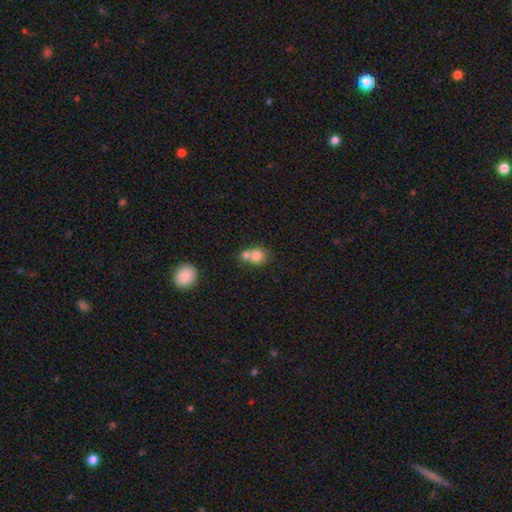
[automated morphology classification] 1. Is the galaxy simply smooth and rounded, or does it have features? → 78% smooth, 12% featured or disk, 9% star or artifact.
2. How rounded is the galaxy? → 76% round, 23% in between, 1% cigar-shaped.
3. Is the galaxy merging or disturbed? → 59% merger, 31% none, 7% minor disturbance, 3% major disturbance.